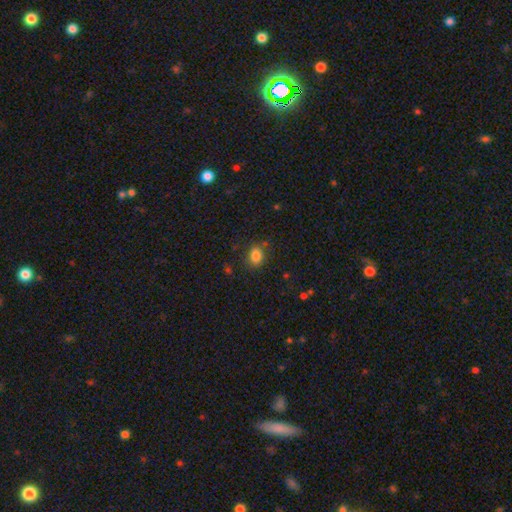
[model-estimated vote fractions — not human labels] smooth_or_featured: smooth (p=0.83) [alt: star or artifact p=0.11]
how_rounded: in between (p=0.59) [alt: round p=0.40]
merging: none (p=0.77) [alt: minor disturbance p=0.15]